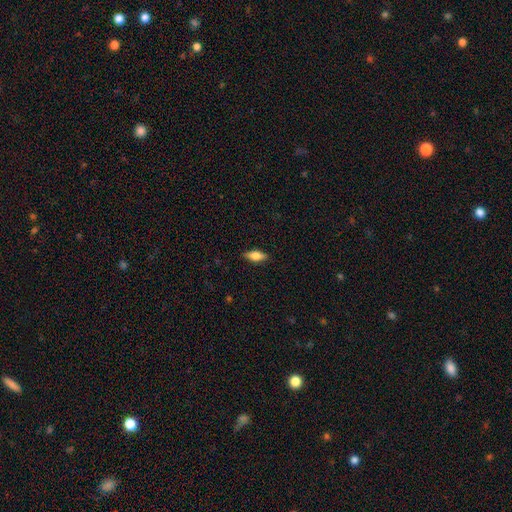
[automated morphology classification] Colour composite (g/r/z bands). It shows a smooth galaxy with no disk features (64%) that is in between round and cigar-shaped (73%). Merging: none (87%).